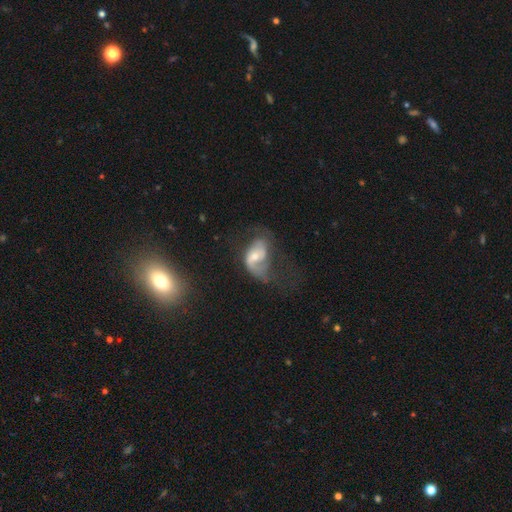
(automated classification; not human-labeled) smooth-or-featured: featured or disk: 68% | smooth: 24% | star or artifact: 9%
  disk-edge-on: no: 96% | yes: 4%
    bar: no: 57% | weak: 33% | strong: 9%
    has-spiral-arms: yes: 81% | no: 19%
      spiral-winding: loose: 49% | medium: 36% | tight: 15%
      spiral-arm-count: 2: 55% | 1: 28% | can't tell: 13% | 3: 2% | 4: 1% | more than 4: 1%
    bulge-size: moderate: 50% | small: 42% | large: 4% | none: 3% | dominant: 1%
  merging: major disturbance: 42% | none: 32% | minor disturbance: 21% | merger: 5%